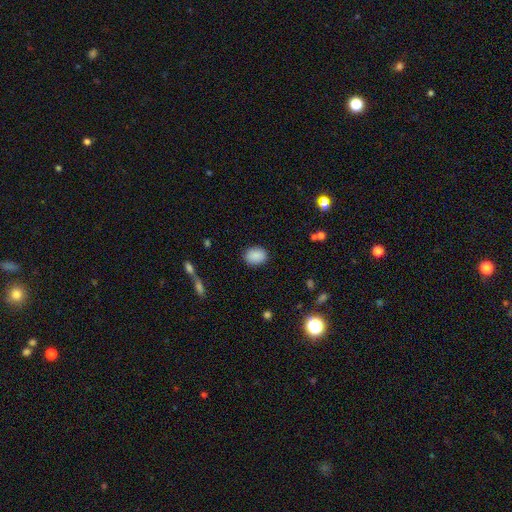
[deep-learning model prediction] A smooth galaxy with no disk features (88%) that is in between round and cigar-shaped (68%). Merging: none (87%).